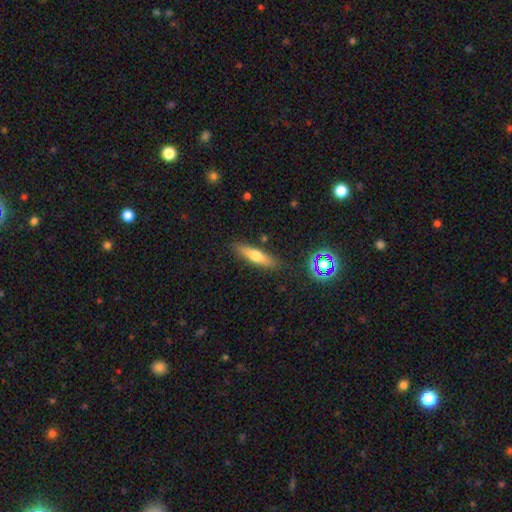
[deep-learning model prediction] Q: Smooth or featured?
A: smooth (56%); runner-up: featured or disk (35%)
Q: How rounded?
A: cigar-shaped (73%); runner-up: in between (24%)
Q: Merging?
A: none (85%); runner-up: minor disturbance (10%)